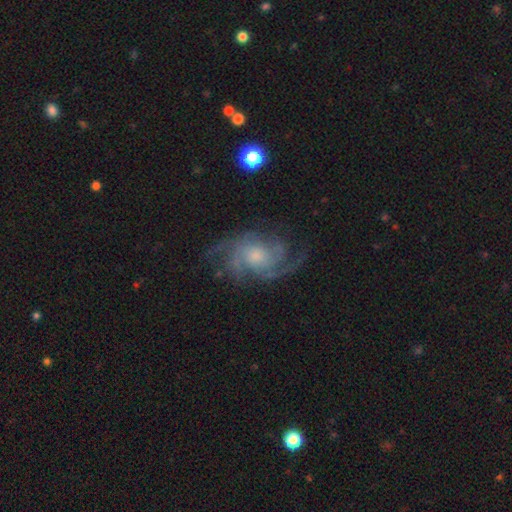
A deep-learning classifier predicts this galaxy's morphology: Smooth or featured?
  - featured or disk: 86% *
  - smooth: 8%
  - star or artifact: 6%
Edge-on disk?
  - no: 97% *
  - yes: 3%
Bar?
  - no: 73% *
  - weak: 23%
  - strong: 3%
Spiral arms?
  - yes: 96% *
  - no: 4%
Spiral winding?
  - medium: 43% *
  - tight: 42%
  - loose: 15%
Spiral arm count?
  - 3: 26% *
  - can't tell: 24%
  - 4: 20%
  - 2: 14%
  - more than 4: 9%
  - 1: 7%
Bulge size?
  - moderate: 45% *
  - small: 39%
  - large: 8%
  - none: 6%
  - dominant: 1%
Merging?
  - none: 70% *
  - minor disturbance: 17%
  - major disturbance: 12%
  - merger: 2%